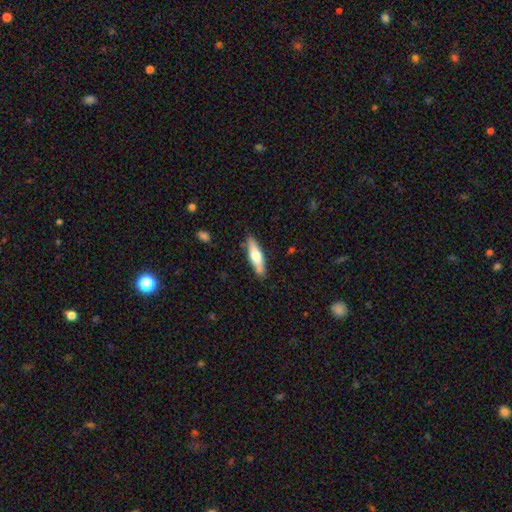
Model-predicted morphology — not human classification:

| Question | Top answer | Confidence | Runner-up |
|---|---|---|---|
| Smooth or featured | smooth | 59% | featured or disk (36%) |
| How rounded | cigar-shaped | 65% | in between (34%) |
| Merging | none | 80% | minor disturbance (14%) |